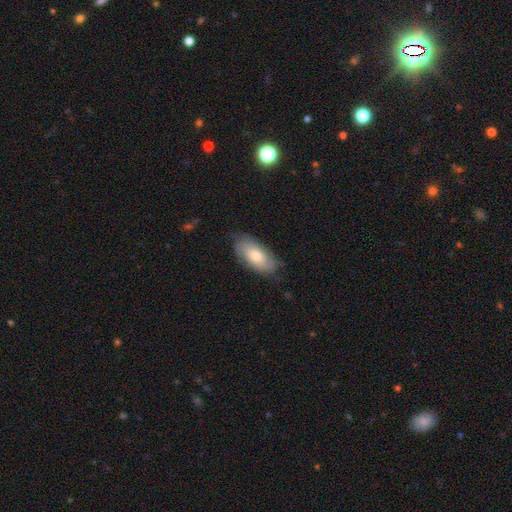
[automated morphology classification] Smooth or featured: smooth — 62% (featured or disk — 31%)
How rounded: in between — 90% (cigar-shaped — 7%)
Merging: none — 75% (minor disturbance — 20%)